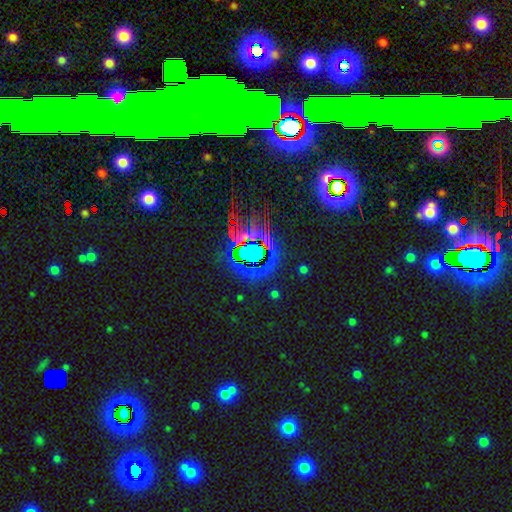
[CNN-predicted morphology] type=star or artifact (68%).